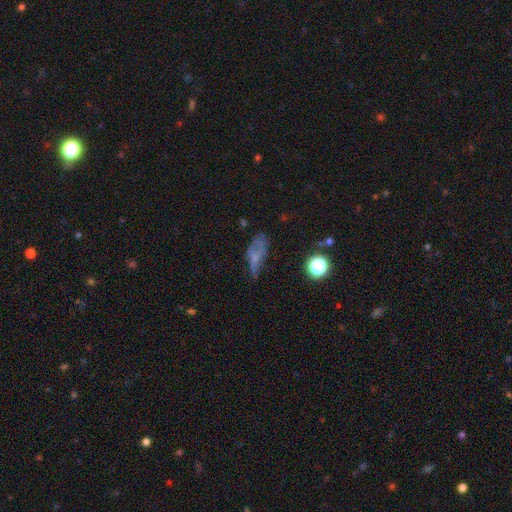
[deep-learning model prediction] smooth_or_featured: smooth (p=0.42) [alt: featured or disk p=0.37]
merging: none (p=0.40) [alt: minor disturbance p=0.29]